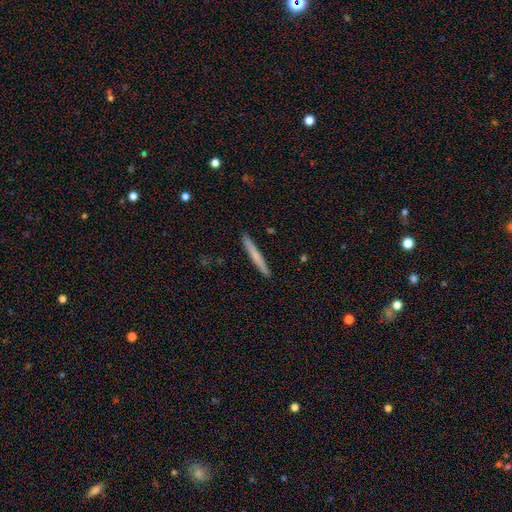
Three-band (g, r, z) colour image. It shows a smooth galaxy with no disk features (59%) that is cigar-shaped (96%). Merging: none (95%).